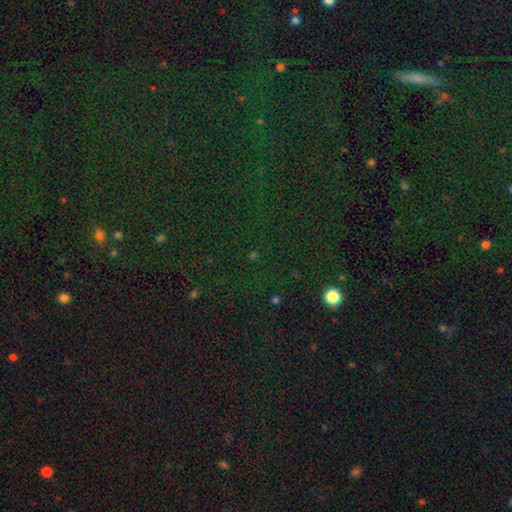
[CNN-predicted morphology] Smooth or featured? Predicted: star or artifact (p=0.80).